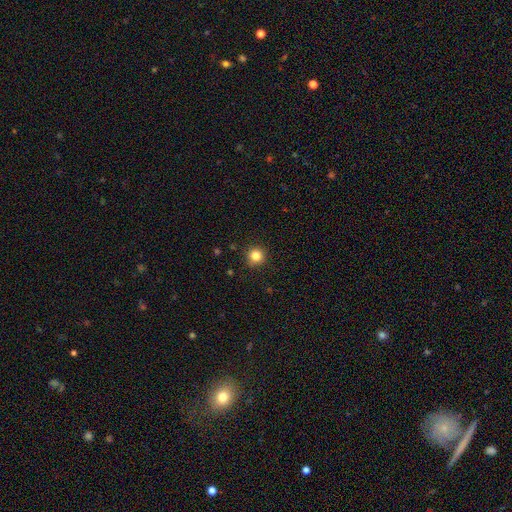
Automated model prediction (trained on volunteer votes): Smooth or featured? smooth (84%)
How rounded? round (95%)
Merging? none (90%)